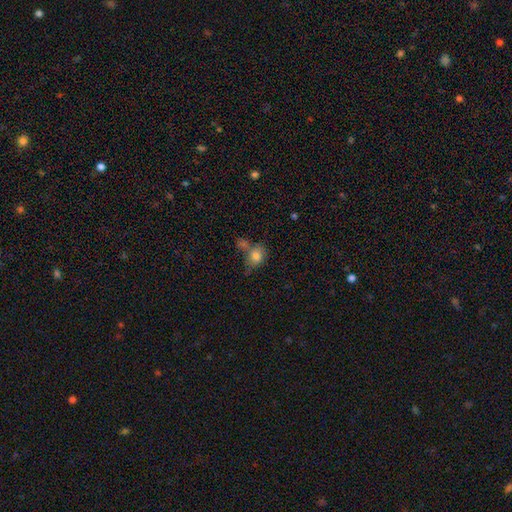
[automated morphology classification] This appears to be a smooth galaxy with no disk features (79%) that is in between round and cigar-shaped (52%). Merging: none (40%).